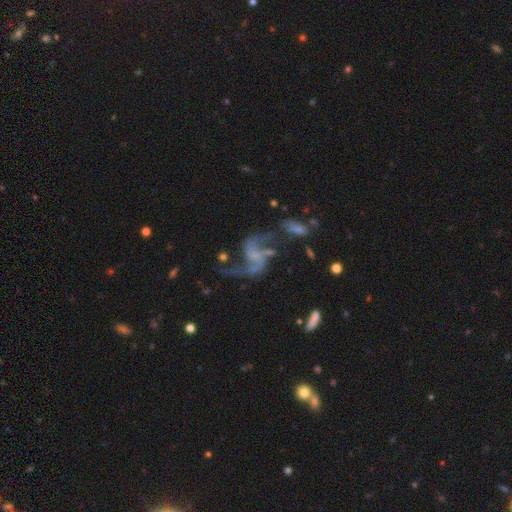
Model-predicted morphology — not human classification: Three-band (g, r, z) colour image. It shows a featured or disk galaxy (87%) with no bar (50%), 2 (88%) loose (78%) spiral arms (94%) and no central bulge (52%). Merging: none (48%).